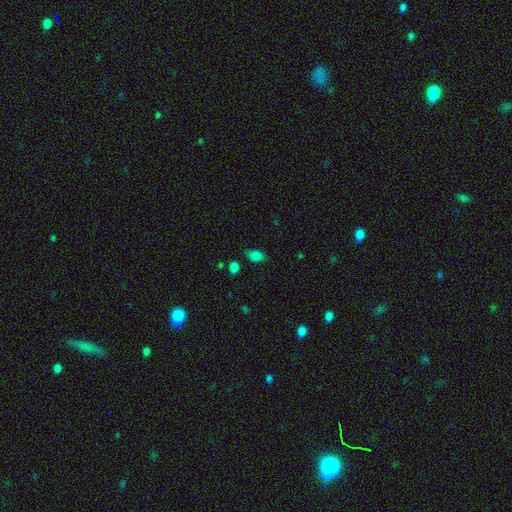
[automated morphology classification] smooth-or-featured: smooth: 79% | star or artifact: 11% | featured or disk: 10%
  how-rounded: in between: 87% | round: 10% | cigar-shaped: 3%
  merging: none: 77% | minor disturbance: 16% | major disturbance: 3% | merger: 3%